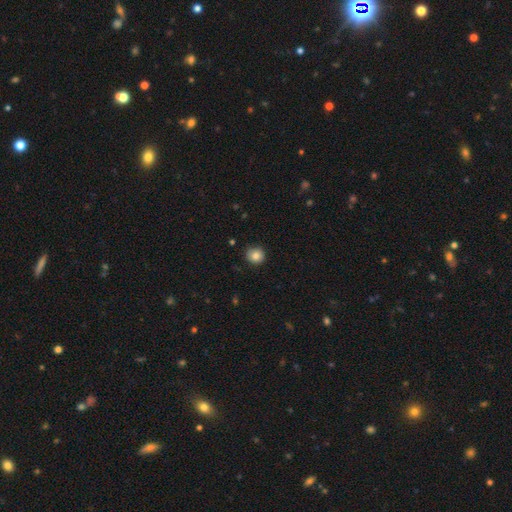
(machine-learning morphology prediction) This is clearly a smooth galaxy (83%). How rounded: clearly round (88%). Merging: clearly none (83%).